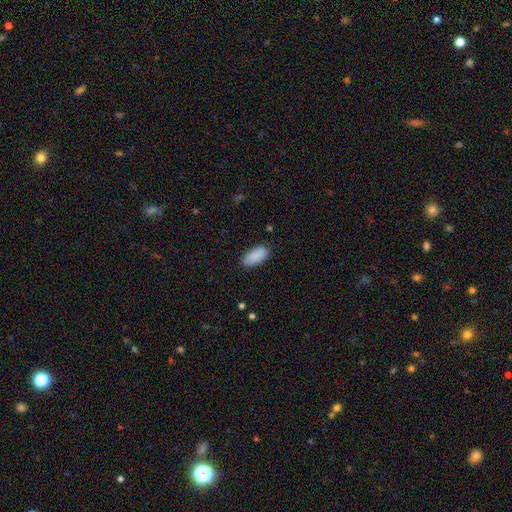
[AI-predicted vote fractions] Smooth or featured?
  - smooth: 90% *
  - star or artifact: 6%
  - featured or disk: 4%
How rounded?
  - in between: 91% *
  - cigar-shaped: 7%
  - round: 2%
Merging?
  - none: 86% *
  - minor disturbance: 11%
  - major disturbance: 2%
  - merger: 1%